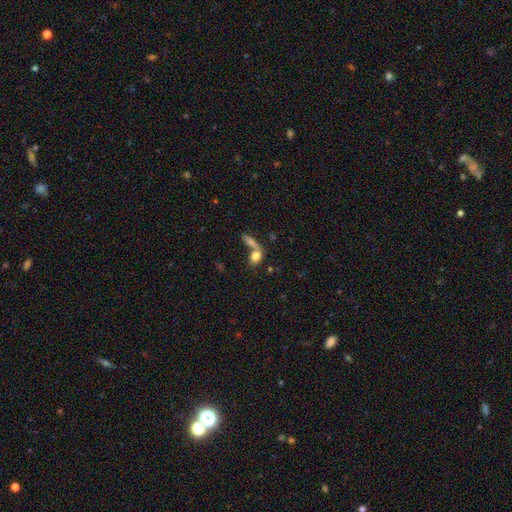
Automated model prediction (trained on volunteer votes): Smooth or featured?
  - smooth: 77% *
  - featured or disk: 14%
  - star or artifact: 9%
How rounded?
  - in between: 72% *
  - round: 20%
  - cigar-shaped: 8%
Merging?
  - merger: 52% *
  - none: 32%
  - minor disturbance: 9%
  - major disturbance: 7%